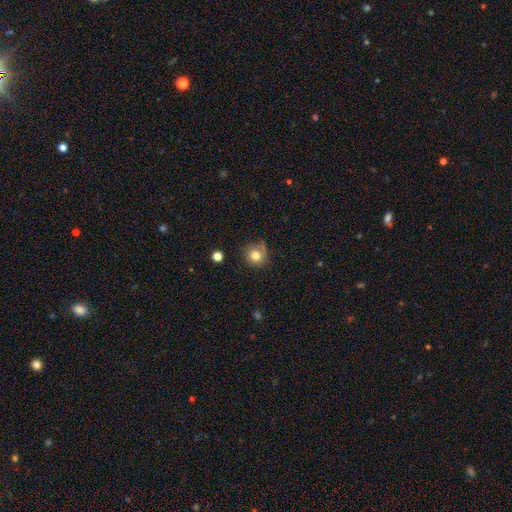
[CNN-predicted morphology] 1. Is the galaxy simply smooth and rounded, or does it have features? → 78% smooth, 11% featured or disk, 11% star or artifact.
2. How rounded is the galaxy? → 87% round, 12% in between, 1% cigar-shaped.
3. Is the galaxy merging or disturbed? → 69% none, 21% minor disturbance, 7% major disturbance, 3% merger.